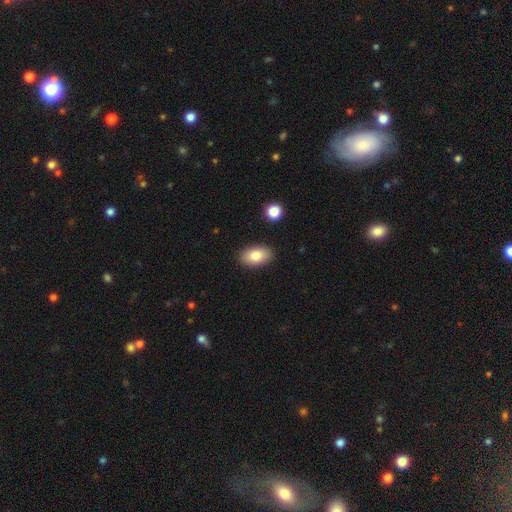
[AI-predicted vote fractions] smooth-or-featured: smooth: 82% | featured or disk: 11% | star or artifact: 7%
  how-rounded: in between: 93% | round: 6% | cigar-shaped: 2%
  merging: none: 88% | minor disturbance: 9% | major disturbance: 2% | merger: 2%